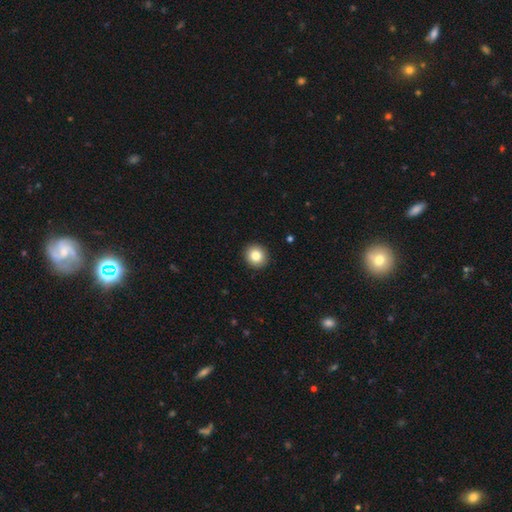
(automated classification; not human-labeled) smooth-or-featured: smooth: 83% | star or artifact: 9% | featured or disk: 8%
  how-rounded: round: 88% | in between: 11% | cigar-shaped: 1%
  merging: none: 93% | minor disturbance: 5% | major disturbance: 1% | merger: 1%